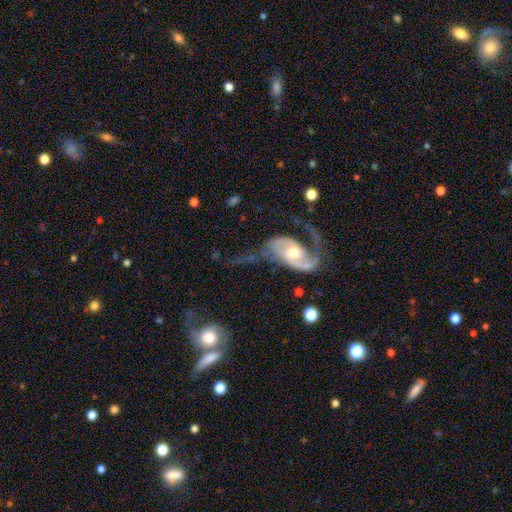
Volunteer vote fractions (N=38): Smooth or featured?
  - featured or disk: 87% *
  - smooth: 11%
  - star or artifact: 3%
Edge-on disk?
  - no: 91% *
  - yes: 9%
Bar?
  - no: 63% *
  - weak: 27%
  - strong: 10%
Spiral arms?
  - yes: 93% *
  - no: 7%
Spiral winding?
  - medium: 57% *
  - loose: 36%
  - tight: 7%
Spiral arm count?
  - 1: 57% *
  - 2: 29%
  - can't tell: 14%
  - 3: 0%
  - 4: 0%
  - more than 4: 0%
Bulge size?
  - moderate: 60% *
  - small: 20%
  - large: 17%
  - none: 3%
  - dominant: 0%
Merging?
  - major disturbance: 62% *
  - minor disturbance: 19%
  - none: 16%
  - merger: 3%